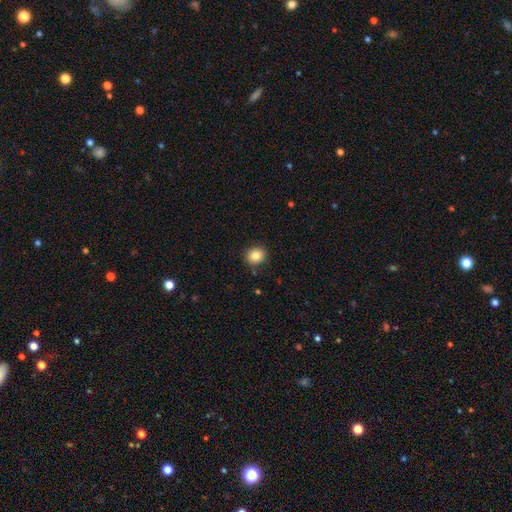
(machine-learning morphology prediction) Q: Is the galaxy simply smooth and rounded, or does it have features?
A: smooth — 83%.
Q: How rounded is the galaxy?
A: round — 76%.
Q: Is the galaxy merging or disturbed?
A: none — 89%.